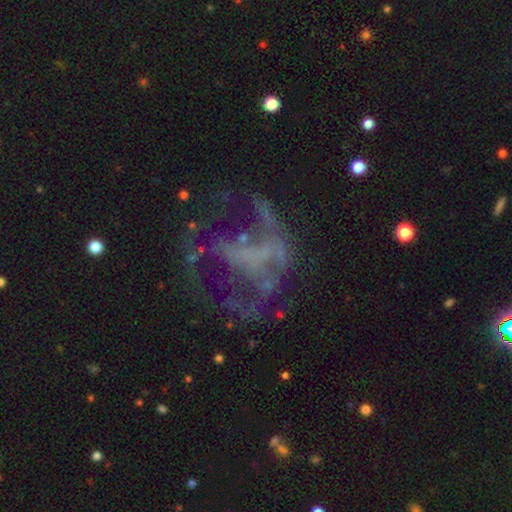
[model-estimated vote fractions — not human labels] This is likely a featured or disk galaxy (64%). It is clearly not viewed edge-on (97%). Bar: likely no (75%). Spiral arm pattern: likely no (72%). Central bulge: likely none (77%). Merging: marginally major disturbance (44%).